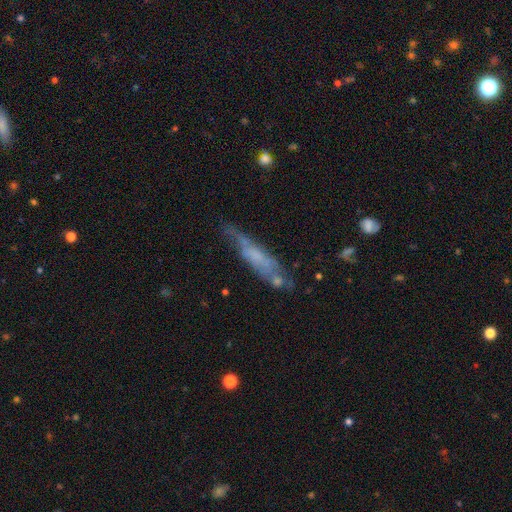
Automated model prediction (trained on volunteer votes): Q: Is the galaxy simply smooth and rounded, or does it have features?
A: featured or disk — 50%.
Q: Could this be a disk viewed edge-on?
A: yes — 61%.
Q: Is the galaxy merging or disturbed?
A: none — 51%.